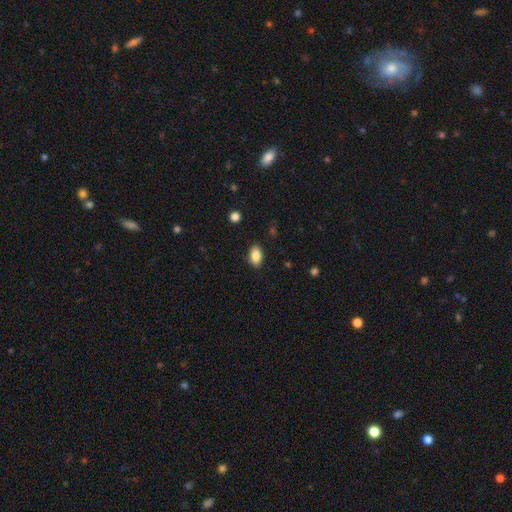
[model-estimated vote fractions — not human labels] smooth_or_featured: smooth (p=0.86) [alt: star or artifact p=0.08]
how_rounded: in between (p=0.90) [alt: round p=0.08]
merging: none (p=0.87) [alt: minor disturbance p=0.10]